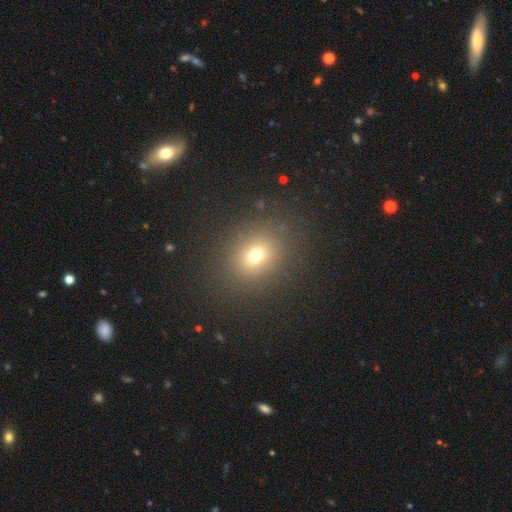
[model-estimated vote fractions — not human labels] smooth_or_featured: smooth (p=0.71) [alt: star or artifact p=0.19]
how_rounded: round (p=0.60) [alt: in between p=0.38]
merging: none (p=0.86) [alt: minor disturbance p=0.08]